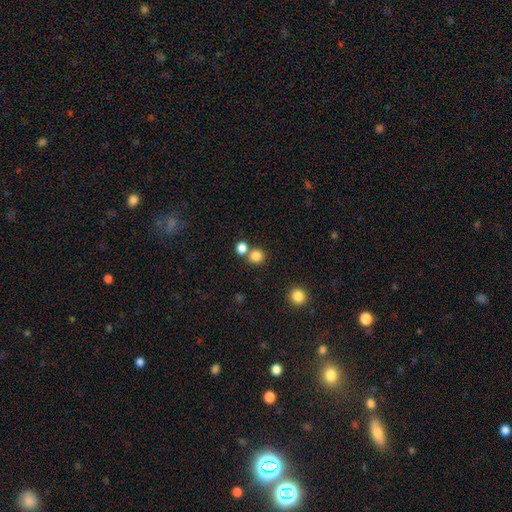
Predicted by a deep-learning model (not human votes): Smooth or featured: smooth — 82% (star or artifact — 13%)
How rounded: round — 87% (in between — 12%)
Merging: none — 65% (merger — 25%)